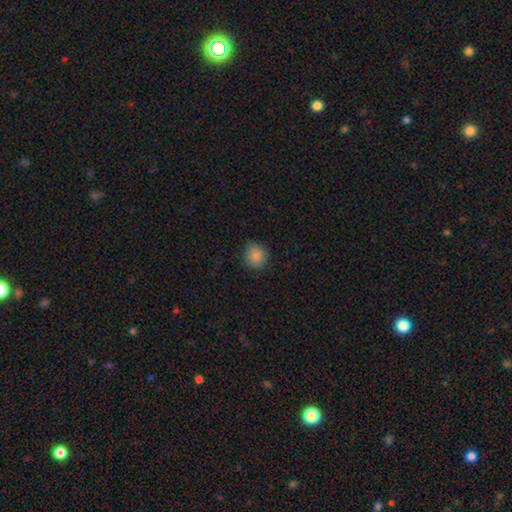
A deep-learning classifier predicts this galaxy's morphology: This appears to be a smooth galaxy with no disk features (87%) that is round (83%). Merging: none (84%).